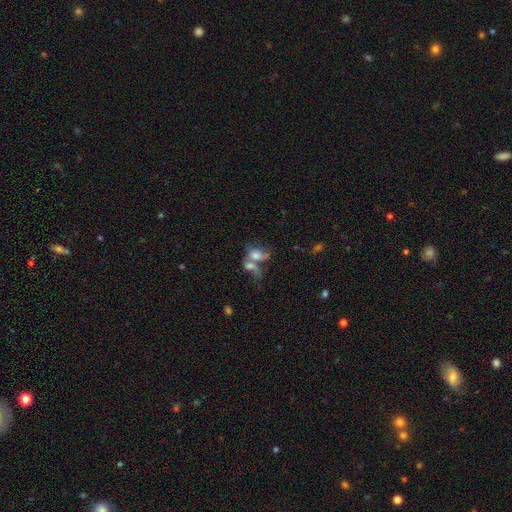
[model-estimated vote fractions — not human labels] This appears to be a smooth galaxy with no disk features (61%) that is in between round and cigar-shaped (69%). Merging: merger (66%).